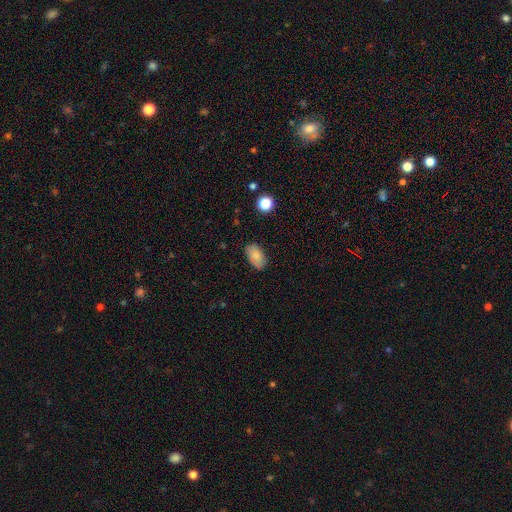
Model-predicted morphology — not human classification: This appears to be a smooth galaxy with no disk features (78%) that is in between round and cigar-shaped (92%). Merging: none (79%).